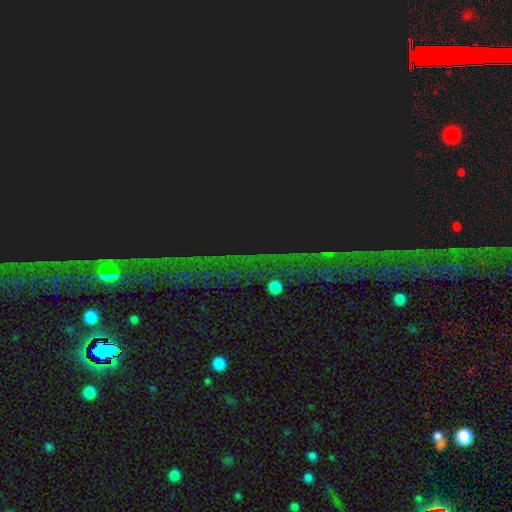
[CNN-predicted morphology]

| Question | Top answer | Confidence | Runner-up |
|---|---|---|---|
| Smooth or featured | star or artifact | 84% | featured or disk (8%) |